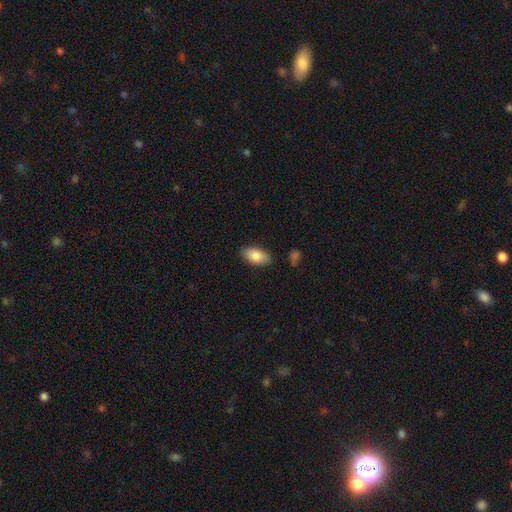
This is clearly a smooth galaxy (89%). How rounded: clearly in between (94%). Merging: clearly none (91%).